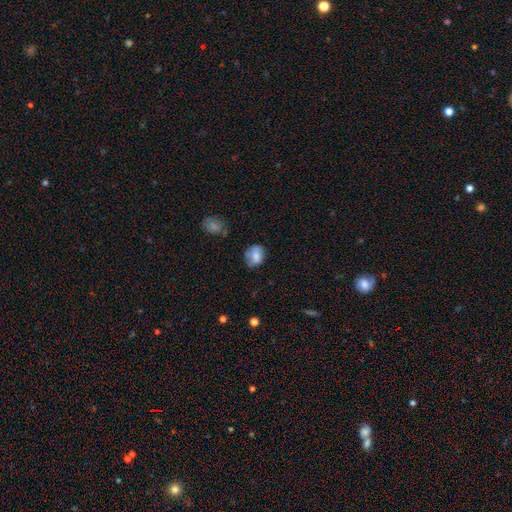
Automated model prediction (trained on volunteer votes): Overall: smooth (75%). How rounded: in between (59%; round 40%). Merging: none (54%; minor disturbance 31%).